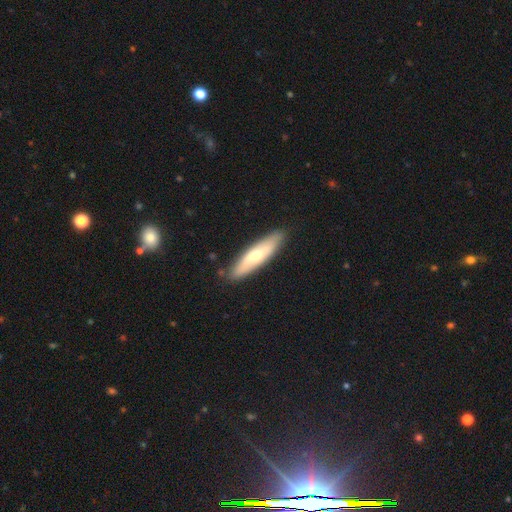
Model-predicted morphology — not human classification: Smooth or featured: smooth — 55% (featured or disk — 40%)
How rounded: cigar-shaped — 70% (in between — 29%)
Merging: none — 87% (minor disturbance — 10%)